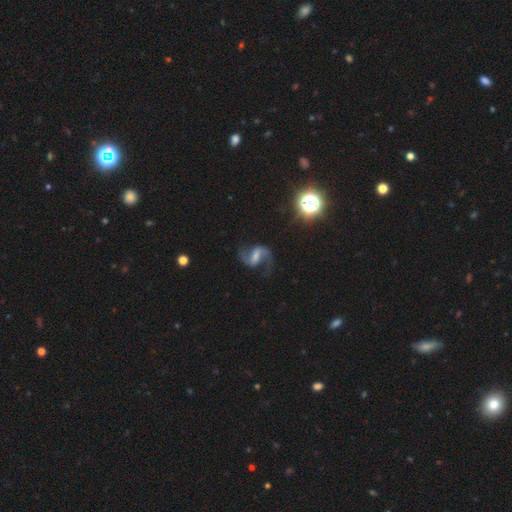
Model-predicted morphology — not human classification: This appears to be a featured or disk galaxy (85%) with a weak bar (44%), 2 (92%) loose (53%) spiral arms (96%) and a small central bulge (37%). Merging: none (73%).